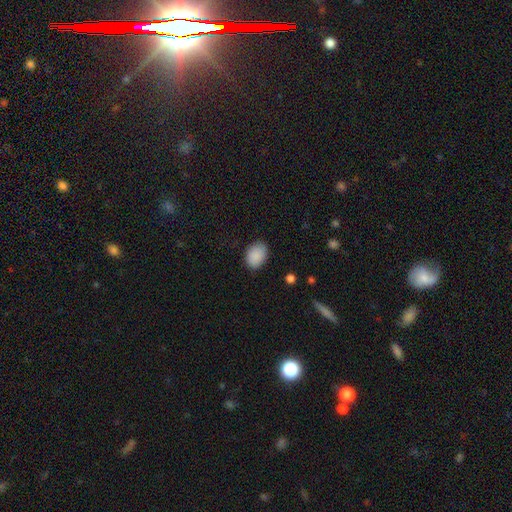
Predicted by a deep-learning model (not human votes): smooth 89%, star or artifact 7%, featured or disk 3%. Down the decision tree: how rounded — in between (76%); merging — none (83%).